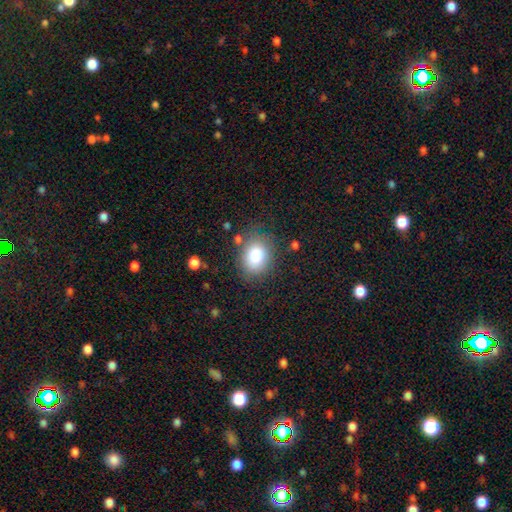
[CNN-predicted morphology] A smooth galaxy with no disk features (80%) that is in between round and cigar-shaped (54%). Merging: none (75%).